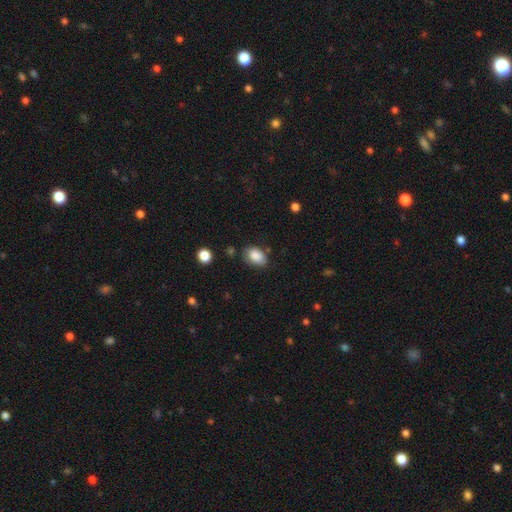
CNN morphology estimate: type=smooth (86%); roundness=in between (83%); merging=none (71%).